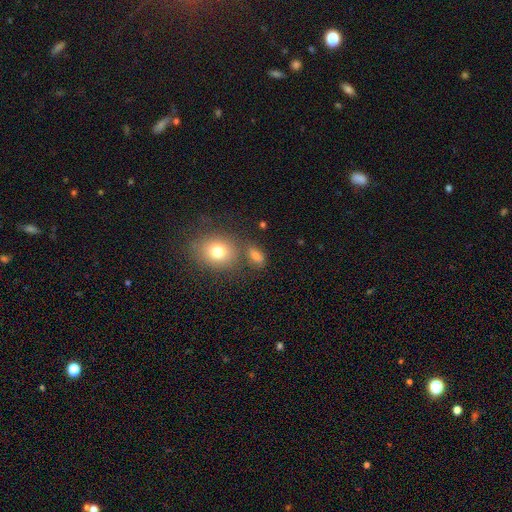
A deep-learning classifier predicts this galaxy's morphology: A smooth galaxy with no disk features (73%) that is in between round and cigar-shaped (69%). Merging: none (64%).